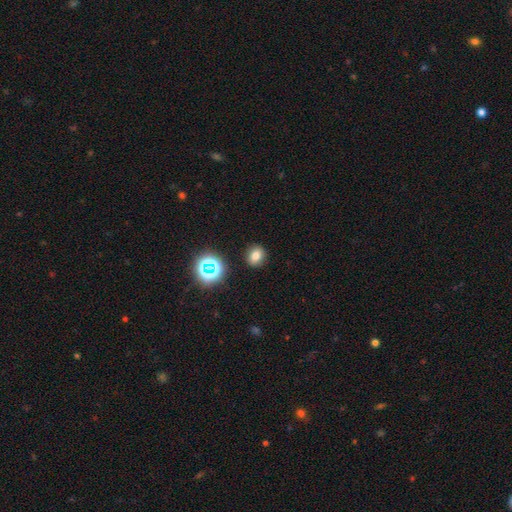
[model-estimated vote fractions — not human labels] Smooth or featured? Predicted: smooth (p=0.73). How rounded? Predicted: round (p=0.63). Merging? Predicted: none (p=0.89).